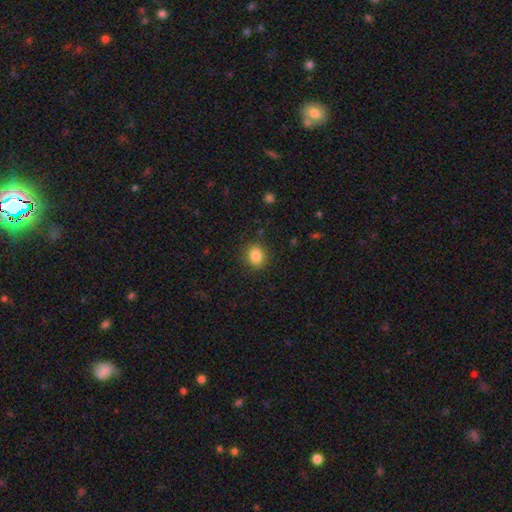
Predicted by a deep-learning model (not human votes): smooth_or_featured: smooth (p=0.85) [alt: star or artifact p=0.10]
how_rounded: round (p=0.55) [alt: in between p=0.44]
merging: none (p=0.87) [alt: minor disturbance p=0.09]